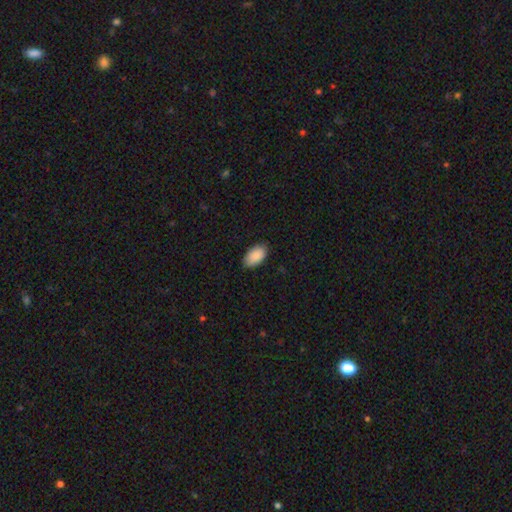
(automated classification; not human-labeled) A smooth galaxy with no disk features (90%) that is in between round and cigar-shaped (95%).

Vote fractions:
- Smooth or featured? smooth: 90% / star or artifact: 6% / featured or disk: 4%
- How rounded? in between: 95% / round: 3% / cigar-shaped: 2%
- Merging? none: 84% / minor disturbance: 13% / major disturbance: 2% / merger: 1%